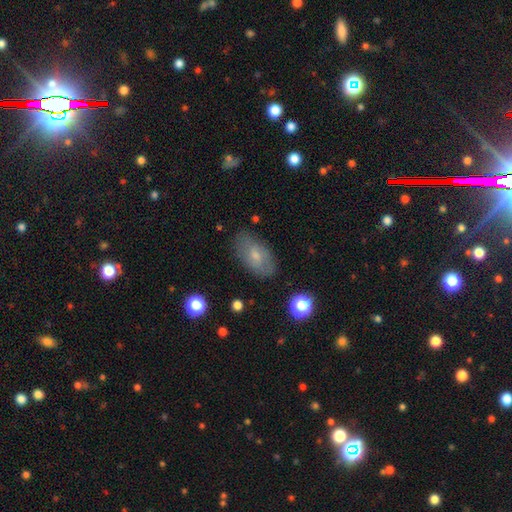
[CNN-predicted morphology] Smooth or featured? smooth (63%)
How rounded? in between (92%)
Merging? none (78%)